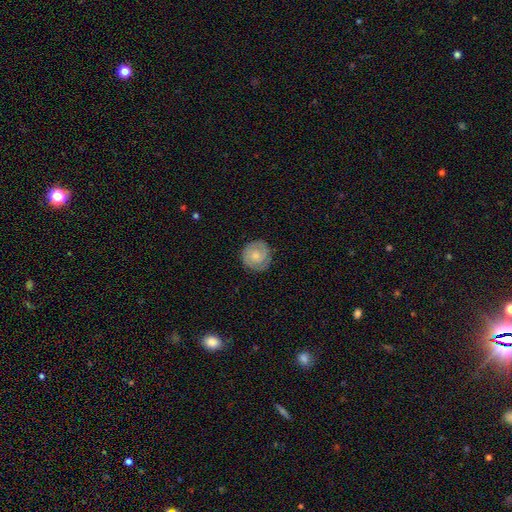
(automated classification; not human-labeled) Smooth or featured: featured or disk — 66% (smooth — 28%)
Edge-on disk: no — 98% (yes — 2%)
Bar: no — 76% (weak — 21%)
Spiral arms: yes — 91% (no — 9%)
Spiral winding: tight — 70% (medium — 25%)
Spiral arm count: 2 — 57% (can't tell — 19%)
Bulge size: small — 59% (moderate — 34%)
Merging: none — 82% (minor disturbance — 13%)